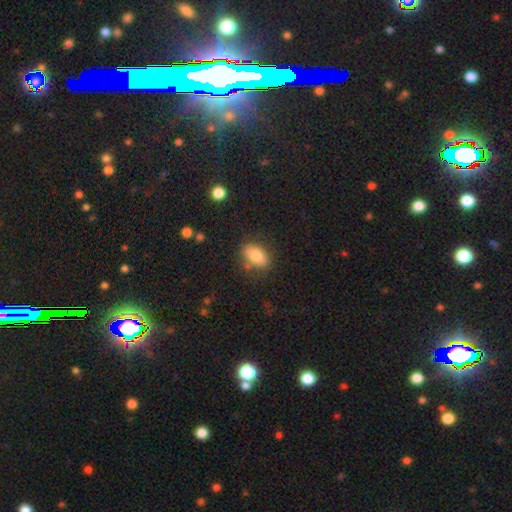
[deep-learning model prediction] smooth_or_featured: smooth (p=0.78) [alt: featured or disk p=0.14]
how_rounded: in between (p=0.88) [alt: round p=0.10]
merging: none (p=0.78) [alt: minor disturbance p=0.14]